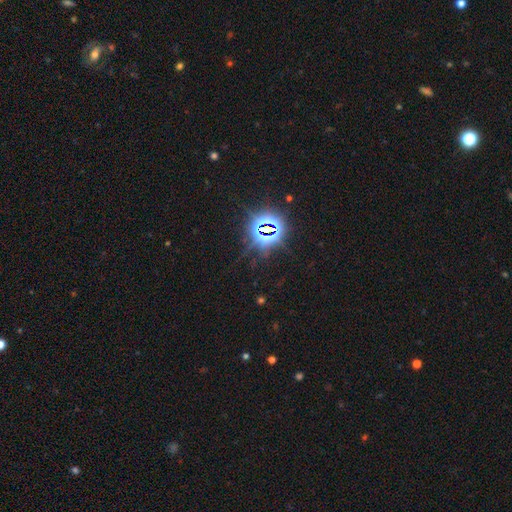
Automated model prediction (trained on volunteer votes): Smooth or featured: star or artifact — 83% (smooth — 11%)